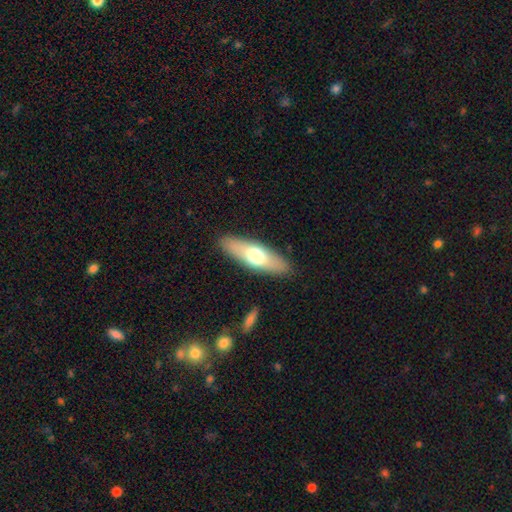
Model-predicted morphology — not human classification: smooth_or_featured: smooth (p=0.62) [alt: featured or disk p=0.32]
how_rounded: in between (p=0.53) [alt: cigar-shaped p=0.45]
merging: none (p=0.88) [alt: minor disturbance p=0.08]